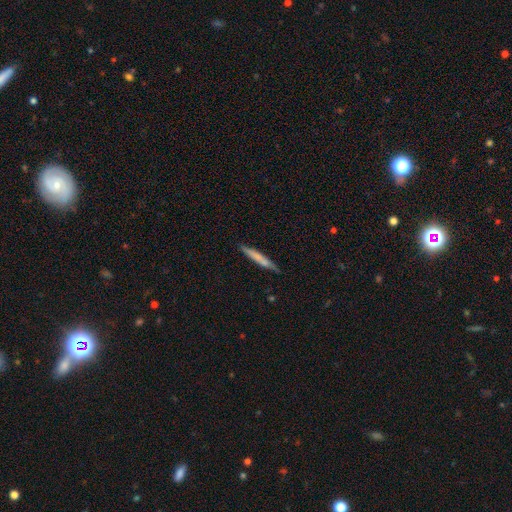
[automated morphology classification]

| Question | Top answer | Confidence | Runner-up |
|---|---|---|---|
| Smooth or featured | smooth | 63% | featured or disk (31%) |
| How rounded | cigar-shaped | 96% | in between (3%) |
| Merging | none | 86% | minor disturbance (11%) |